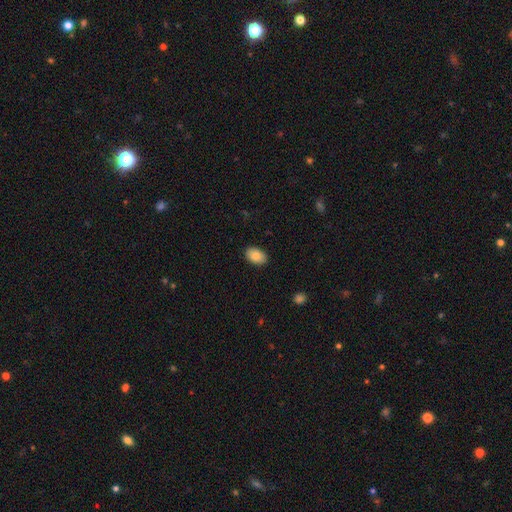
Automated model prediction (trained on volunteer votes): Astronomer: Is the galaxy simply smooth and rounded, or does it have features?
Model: smooth — 84%.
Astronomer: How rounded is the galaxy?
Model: in between — 90%.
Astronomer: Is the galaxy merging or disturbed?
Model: none — 88%.